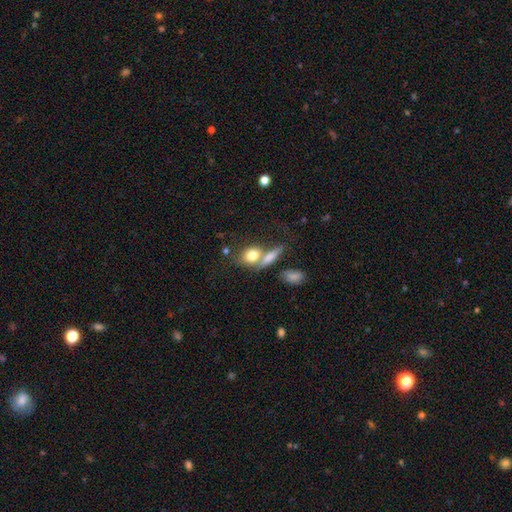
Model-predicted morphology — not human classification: Smooth or featured: smooth — 65% (featured or disk — 21%)
How rounded: in between — 49% (round — 44%)
Merging: merger — 40% (none — 38%)